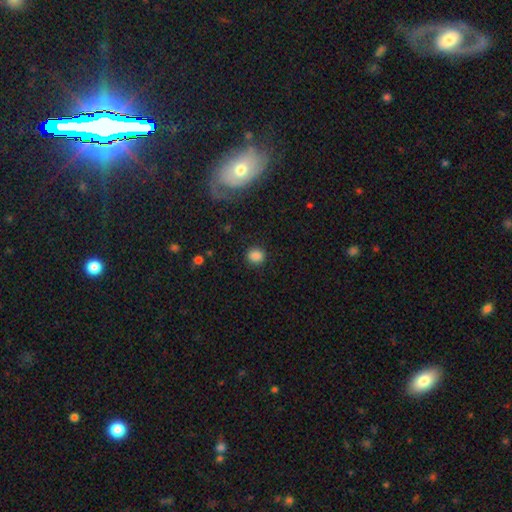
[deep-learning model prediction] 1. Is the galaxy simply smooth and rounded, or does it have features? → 85% smooth, 11% star or artifact, 4% featured or disk.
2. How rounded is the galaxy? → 81% round, 18% in between, 1% cigar-shaped.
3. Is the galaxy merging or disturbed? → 89% none, 7% minor disturbance, 3% major disturbance, 1% merger.